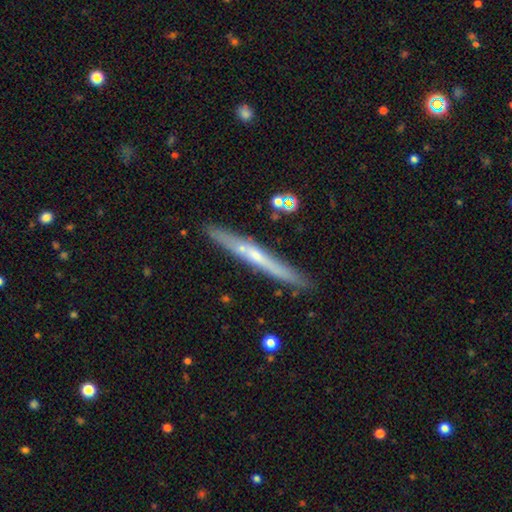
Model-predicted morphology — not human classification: This appears to be a featured or disk galaxy (62%) viewed edge-on (95%) with no central bulge (52%). Merging: none (86%).